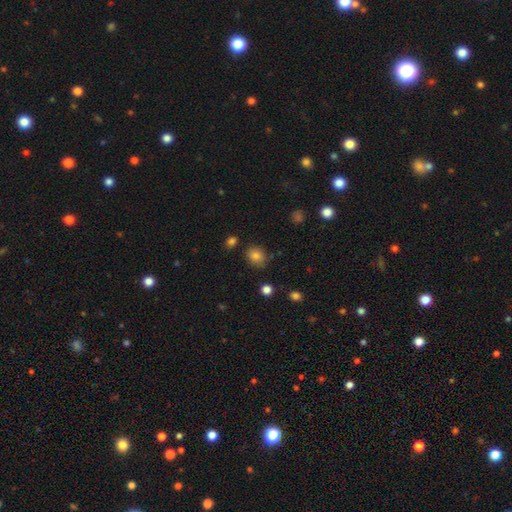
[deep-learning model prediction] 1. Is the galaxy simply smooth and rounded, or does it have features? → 83% smooth, 11% star or artifact, 6% featured or disk.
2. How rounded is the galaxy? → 63% round, 36% in between, 1% cigar-shaped.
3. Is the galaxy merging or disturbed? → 78% none, 16% minor disturbance, 3% major disturbance, 3% merger.